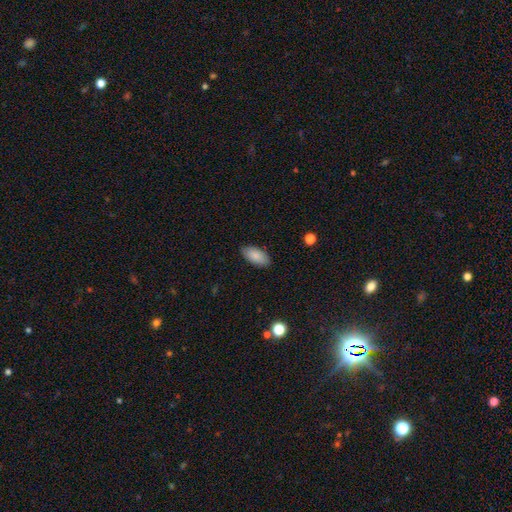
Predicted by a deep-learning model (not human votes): Smooth or featured? Predicted: smooth (p=0.87). How rounded? Predicted: in between (p=0.93). Merging? Predicted: none (p=0.86).